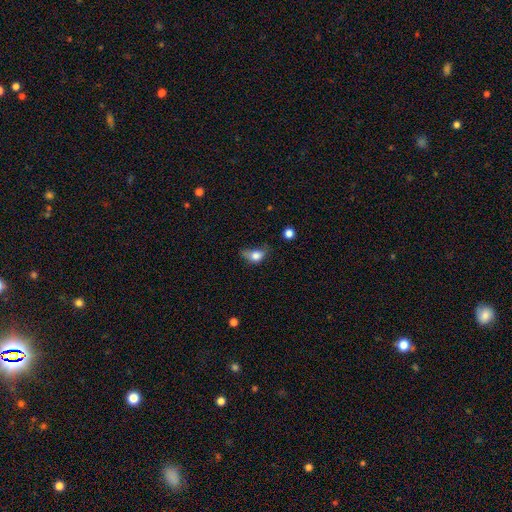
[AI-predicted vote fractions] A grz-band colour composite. It shows a smooth galaxy with no disk features (74%) that is in between round and cigar-shaped (67%). Merging: minor disturbance (36%, tied with major disturbance).